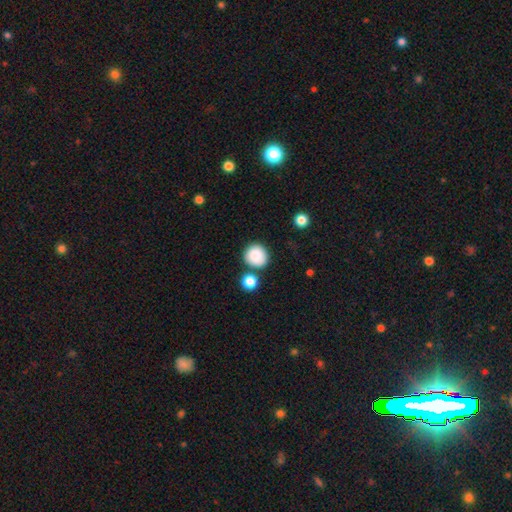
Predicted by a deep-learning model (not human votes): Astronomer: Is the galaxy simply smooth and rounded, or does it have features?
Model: smooth — 86%.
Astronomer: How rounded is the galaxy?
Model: round — 90%.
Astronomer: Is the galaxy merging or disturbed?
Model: none — 75%.